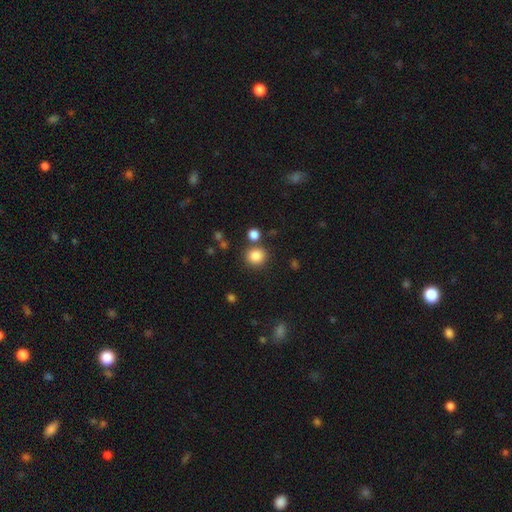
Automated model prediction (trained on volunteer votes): This appears to be a smooth galaxy with no disk features (84%) that is round (86%). Merging: none (79%).